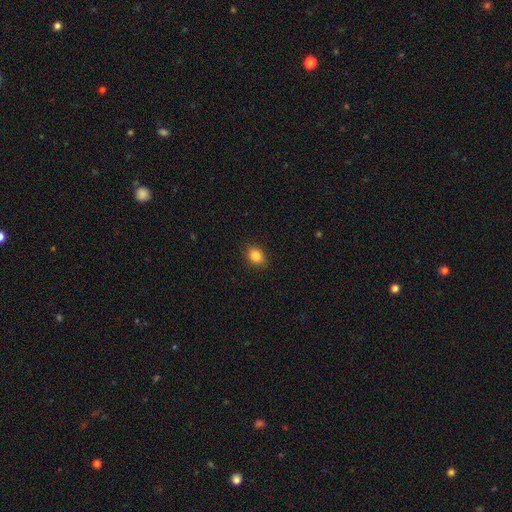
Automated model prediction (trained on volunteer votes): smooth-or-featured: smooth: 86% | star or artifact: 10% | featured or disk: 4%
  how-rounded: in between: 57% | round: 42% | cigar-shaped: 1%
  merging: none: 89% | minor disturbance: 8% | major disturbance: 2% | merger: 1%